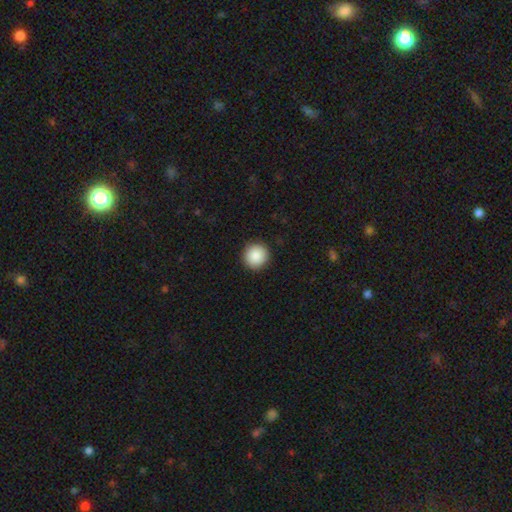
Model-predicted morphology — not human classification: Overall: smooth (88%). How rounded: round (95%). Merging: none (92%).